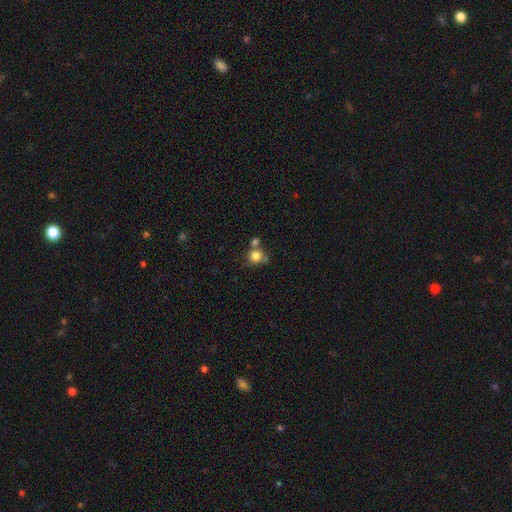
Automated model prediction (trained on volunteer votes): Morphology: type=smooth (80%); roundness=round (86%); merging=none (53%).